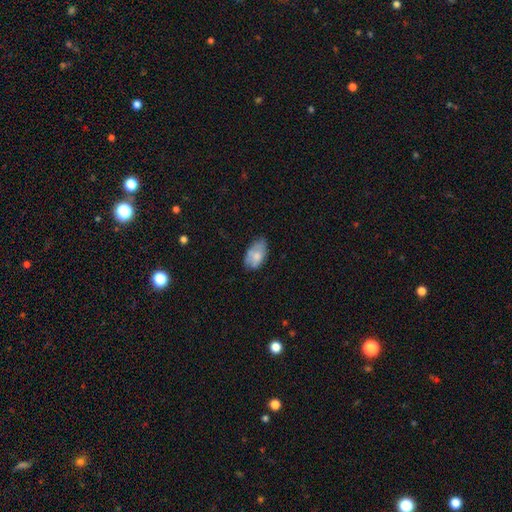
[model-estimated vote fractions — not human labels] smooth-or-featured: smooth: 70% | featured or disk: 23% | star or artifact: 7%
  how-rounded: in between: 92% | round: 6% | cigar-shaped: 2%
  merging: none: 52% | minor disturbance: 35% | major disturbance: 10% | merger: 3%